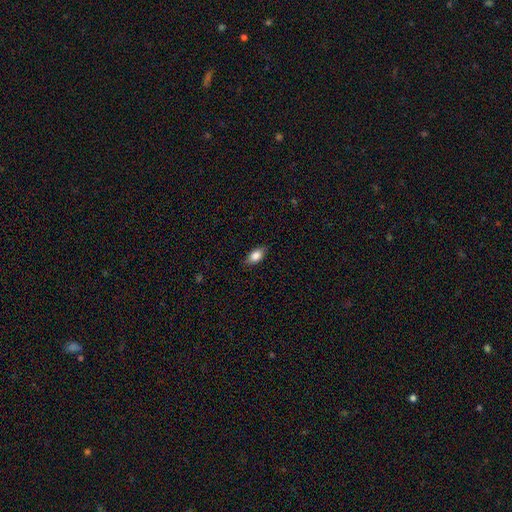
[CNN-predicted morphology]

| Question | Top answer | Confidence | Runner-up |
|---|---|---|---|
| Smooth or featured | smooth | 83% | featured or disk (9%) |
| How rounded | in between | 87% | round (7%) |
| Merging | none | 82% | minor disturbance (14%) |